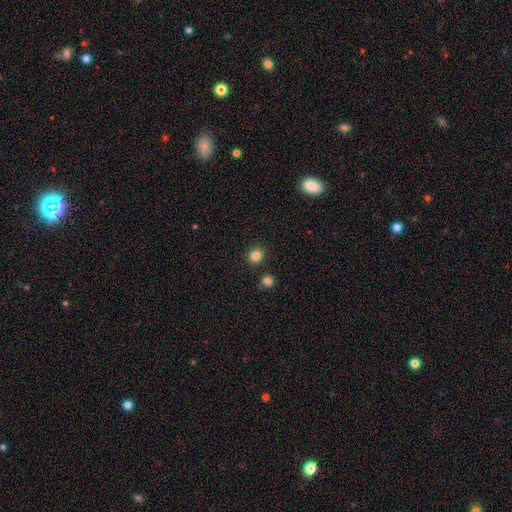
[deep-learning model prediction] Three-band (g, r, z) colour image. It shows a smooth galaxy with no disk features (84%) that is round (73%). Merging: none (86%).